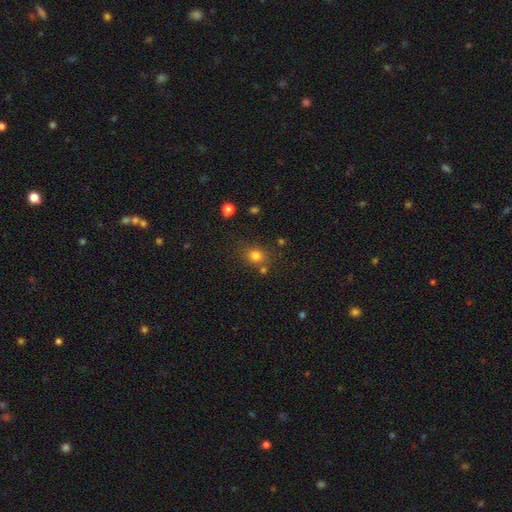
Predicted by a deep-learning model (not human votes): smooth-or-featured: smooth: 78% | star or artifact: 15% | featured or disk: 7%
  how-rounded: round: 75% | in between: 24% | cigar-shaped: 1%
  merging: none: 71% | minor disturbance: 13% | merger: 11% | major disturbance: 5%